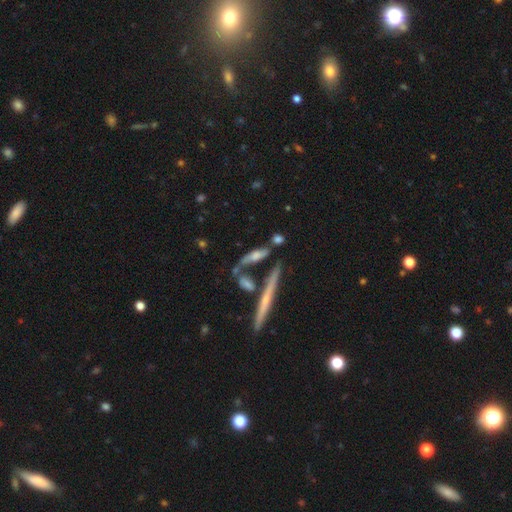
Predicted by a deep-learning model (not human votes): Smooth or featured: featured or disk — 55% (smooth — 36%)
Edge-on disk: yes — 76% (no — 24%)
Merging: none — 56% (merger — 18%)